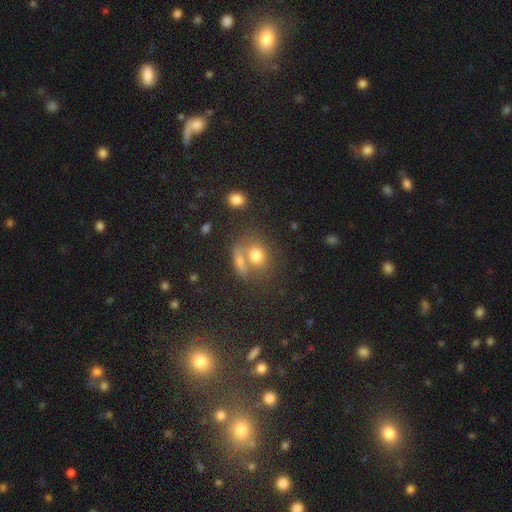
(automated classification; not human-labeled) smooth_or_featured: smooth (p=0.71) [alt: featured or disk p=0.15]
how_rounded: round (p=0.51) [alt: in between p=0.46]
merging: merger (p=0.43) [alt: none p=0.39]